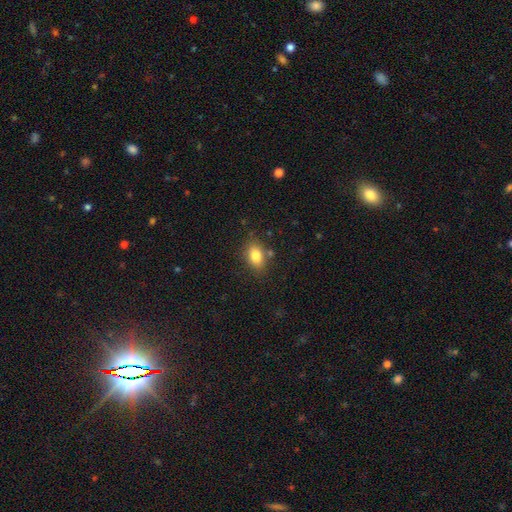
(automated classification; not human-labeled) Smooth or featured? smooth (81%)
How rounded? in between (79%)
Merging? none (79%)